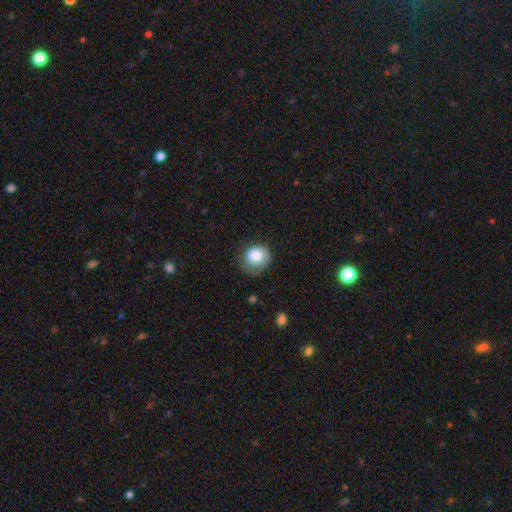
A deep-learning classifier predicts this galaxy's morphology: type=smooth (82%); roundness=round (79%); merging=none (55%).